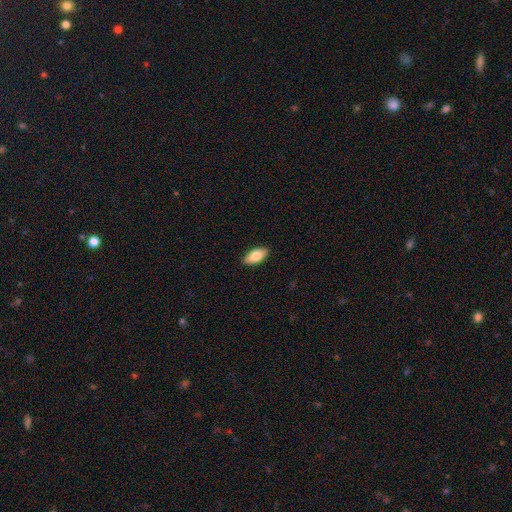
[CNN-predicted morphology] Overall: smooth (83%). How rounded: in between (90%). Merging: none (89%).